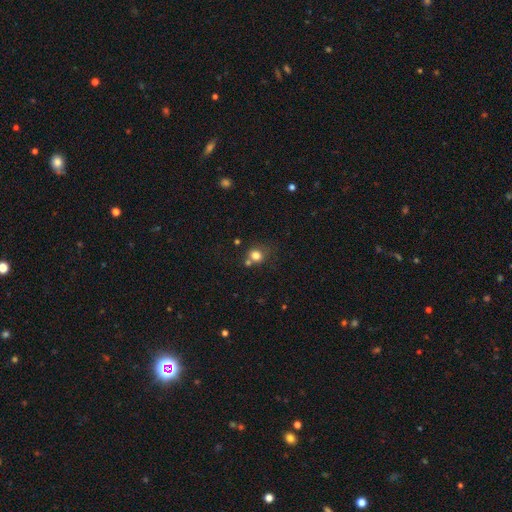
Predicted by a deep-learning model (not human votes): A smooth galaxy with no disk features (79%) that is round (77%).

Vote fractions:
- Smooth or featured? smooth: 79% / star or artifact: 13% / featured or disk: 8%
- How rounded? round: 77% / in between: 22% / cigar-shaped: 1%
- Merging? none: 55% / merger: 23% / minor disturbance: 15% / major disturbance: 6%